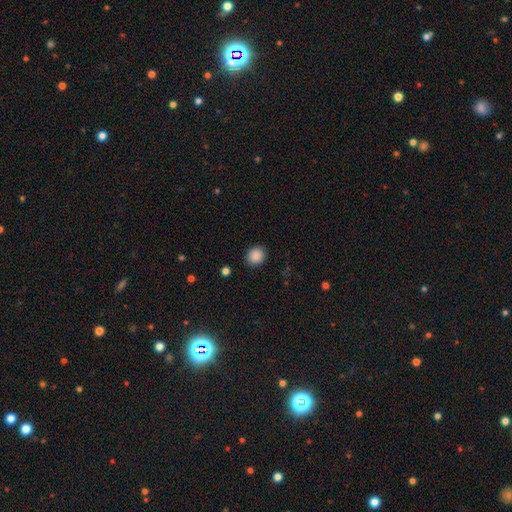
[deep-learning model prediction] The model was most divided on "how rounded": round: 76%, in between: 23%, cigar-shaped: 1%. More confident: merging — none (89%); smooth or featured — smooth (88%).